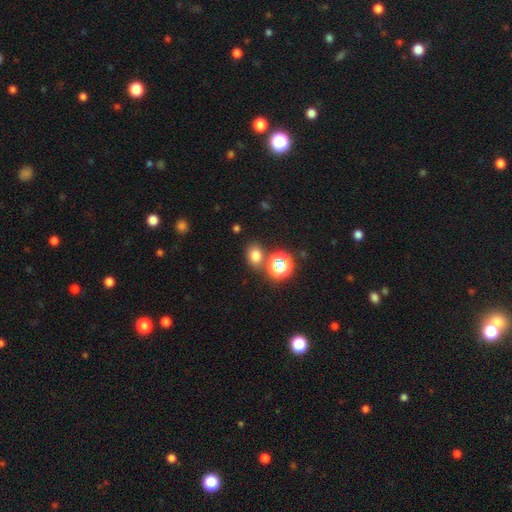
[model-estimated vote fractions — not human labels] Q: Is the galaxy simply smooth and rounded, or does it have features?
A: smooth — 73%.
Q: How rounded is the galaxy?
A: in between — 50%.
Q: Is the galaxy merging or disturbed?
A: none — 74%.